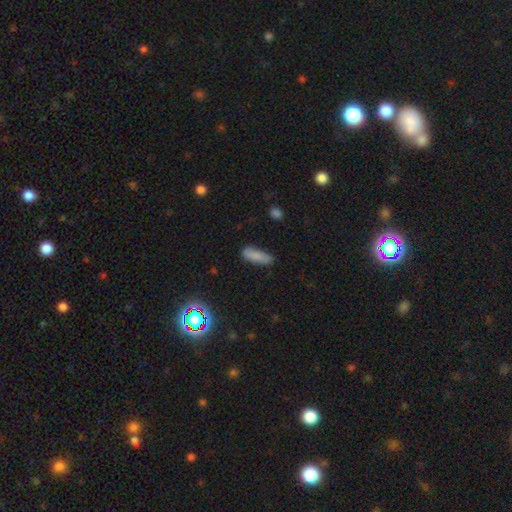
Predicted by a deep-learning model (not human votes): A smooth galaxy with no disk features (82%) that is in between round and cigar-shaped (59%).

Vote fractions:
- Smooth or featured? smooth: 82% / featured or disk: 10% / star or artifact: 8%
- How rounded? in between: 59% / cigar-shaped: 39% / round: 2%
- Merging? none: 68% / minor disturbance: 25% / major disturbance: 5% / merger: 2%